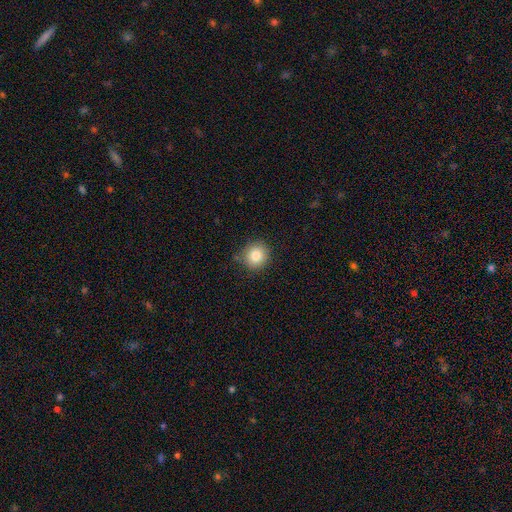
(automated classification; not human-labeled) Smooth or featured? smooth (83%)
How rounded? round (89%)
Merging? none (84%)